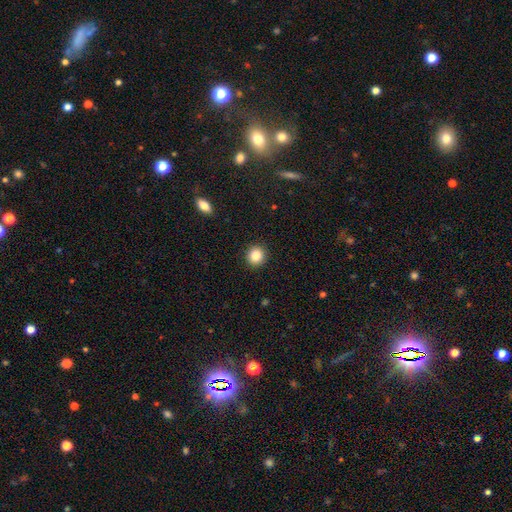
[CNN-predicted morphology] smooth-or-featured: smooth: 85% | star or artifact: 10% | featured or disk: 5%
  how-rounded: round: 91% | in between: 9% | cigar-shaped: 1%
  merging: none: 93% | minor disturbance: 5% | major disturbance: 2% | merger: 1%